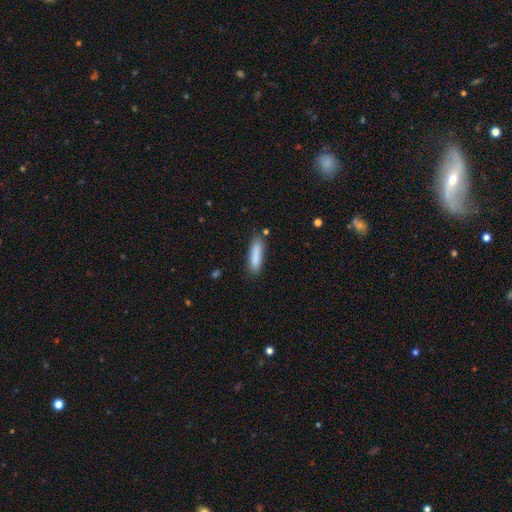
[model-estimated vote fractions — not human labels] A smooth galaxy with no disk features (85%) that is cigar-shaped (73%). Merging: none (79%).